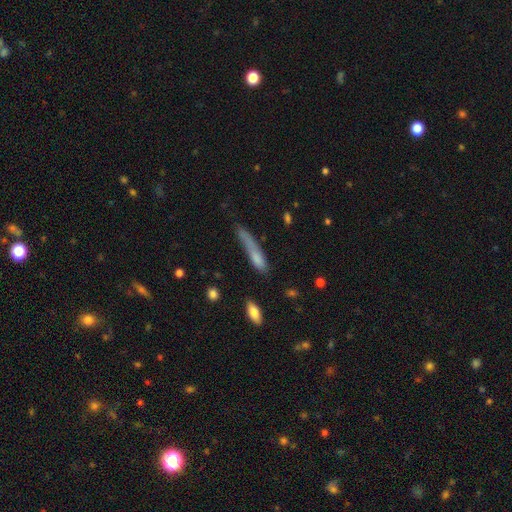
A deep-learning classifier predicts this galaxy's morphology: smooth-or-featured: smooth: 68% | featured or disk: 23% | star or artifact: 9%
  how-rounded: cigar-shaped: 88% | in between: 10% | round: 2%
  merging: none: 44% | minor disturbance: 33% | major disturbance: 18% | merger: 5%